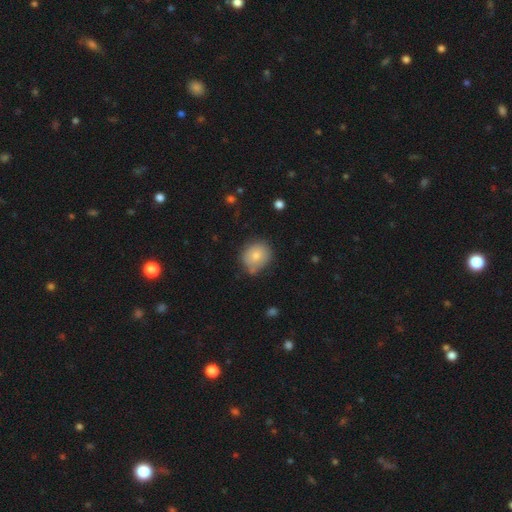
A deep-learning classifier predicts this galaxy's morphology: Smooth or featured? Predicted: smooth (p=0.78). How rounded? Predicted: round (p=0.71). Merging? Predicted: none (p=0.64).